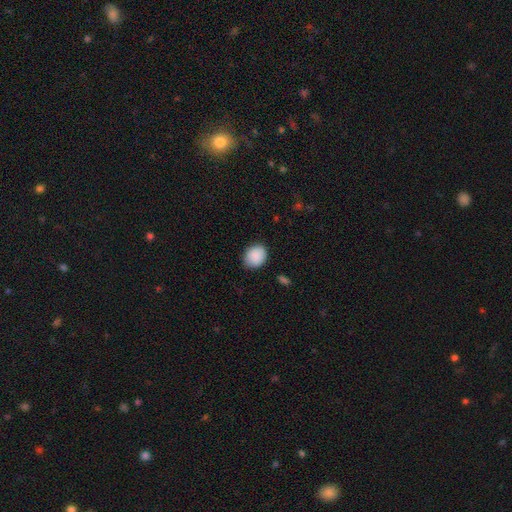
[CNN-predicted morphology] Smooth or featured? Predicted: smooth (p=0.90). How rounded? Predicted: round (p=0.60). Merging? Predicted: none (p=0.83).